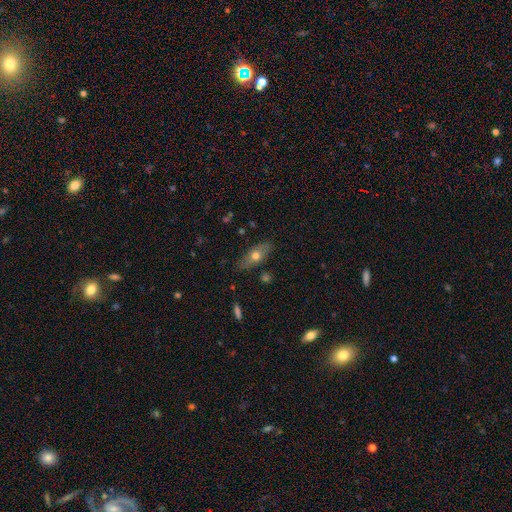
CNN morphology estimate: smooth 56%, featured or disk 36%, star or artifact 7%. Down the decision tree: how rounded — in between (67%); merging — none (82%).